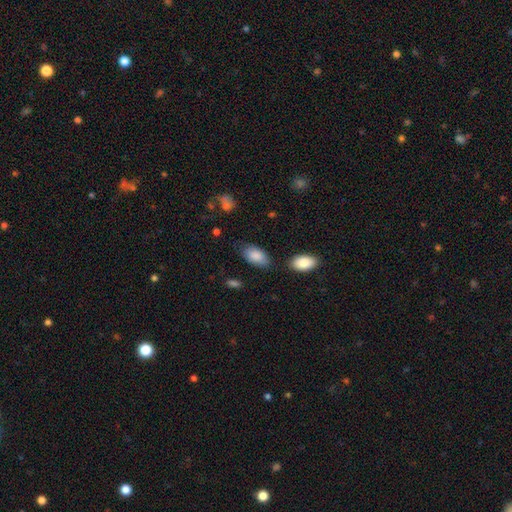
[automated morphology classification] A smooth galaxy with no disk features (87%) that is in between round and cigar-shaped (94%).

Vote fractions:
- Smooth or featured? smooth: 87% / featured or disk: 7% / star or artifact: 6%
- How rounded? in between: 94% / round: 3% / cigar-shaped: 3%
- Merging? none: 73% / minor disturbance: 18% / merger: 5% / major disturbance: 4%